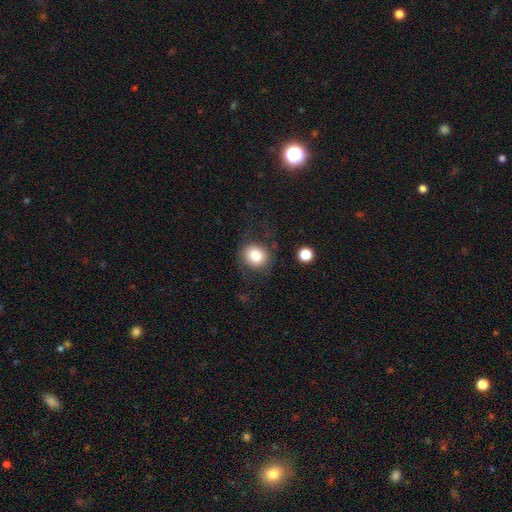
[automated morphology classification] Q: Smooth or featured?
A: smooth (82%); runner-up: star or artifact (9%)
Q: How rounded?
A: round (74%); runner-up: in between (25%)
Q: Merging?
A: none (75%); runner-up: minor disturbance (14%)